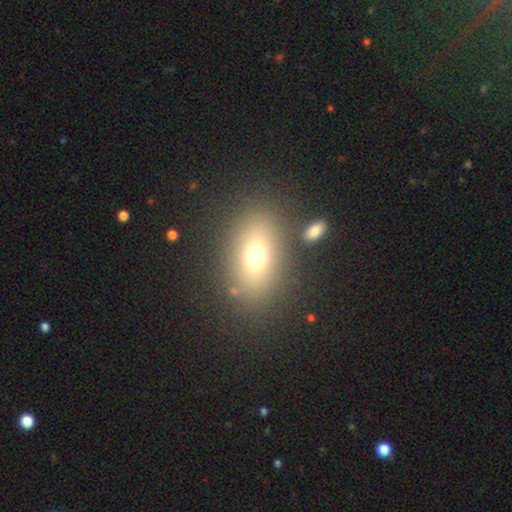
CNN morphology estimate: smooth_or_featured: smooth (p=0.69) [alt: featured or disk p=0.17]
how_rounded: in between (p=0.80) [alt: round p=0.15]
merging: none (p=0.80) [alt: minor disturbance p=0.09]